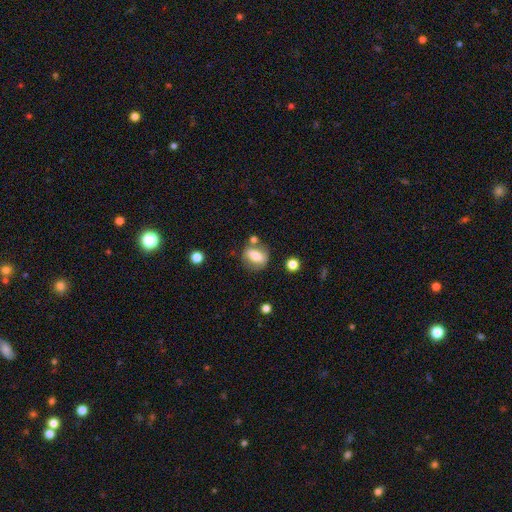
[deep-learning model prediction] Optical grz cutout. It shows a smooth galaxy with no disk features (66%) that is in between round and cigar-shaped (60%). Merging: none (66%).